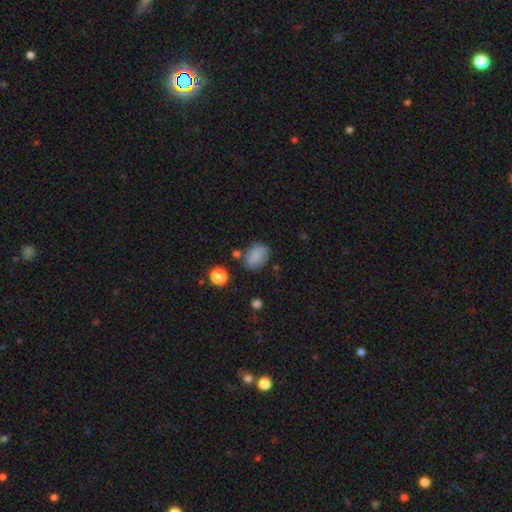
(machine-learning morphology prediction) Smooth or featured: smooth — 82% (star or artifact — 10%)
How rounded: in between — 76% (round — 23%)
Merging: none — 69% (minor disturbance — 19%)